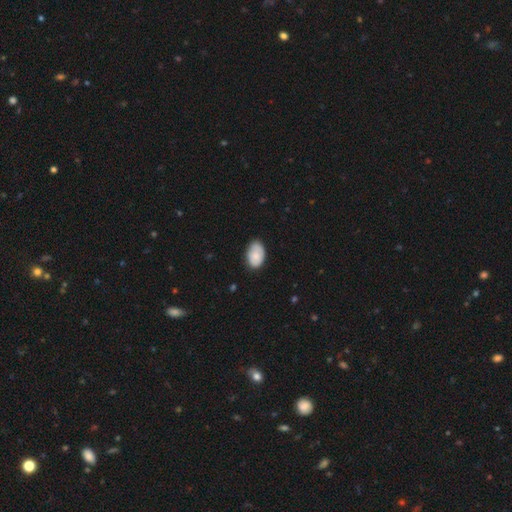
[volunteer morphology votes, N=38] type=smooth (89%); roundness=in between (85%); merging=none (68%).